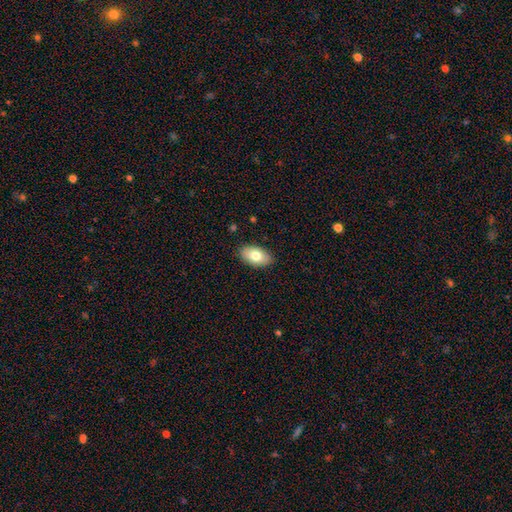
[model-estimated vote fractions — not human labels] Smooth or featured? Predicted: smooth (p=0.77). How rounded? Predicted: in between (p=0.94). Merging? Predicted: none (p=0.88).